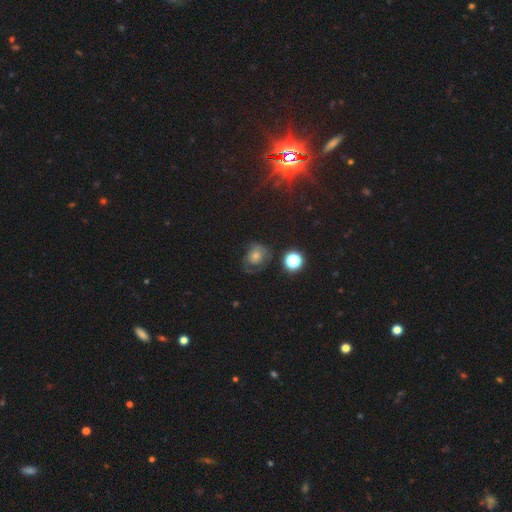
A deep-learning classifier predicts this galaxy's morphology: Overall: smooth (46%; featured or disk 36%). Merging: none (45%; minor disturbance 26%).